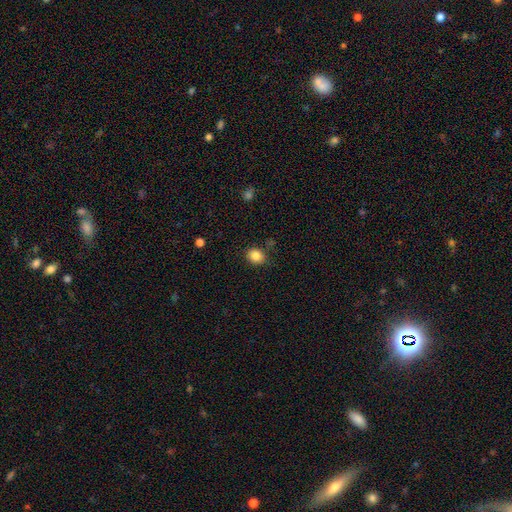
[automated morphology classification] smooth_or_featured: smooth (p=0.85) [alt: star or artifact p=0.10]
how_rounded: round (p=0.64) [alt: in between p=0.35]
merging: none (p=0.83) [alt: minor disturbance p=0.12]